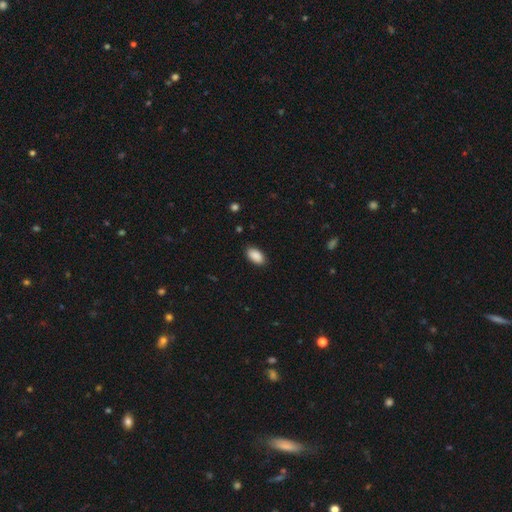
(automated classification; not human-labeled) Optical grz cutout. It shows a smooth galaxy with no disk features (90%) that is in between round and cigar-shaped (94%). Merging: none (87%).